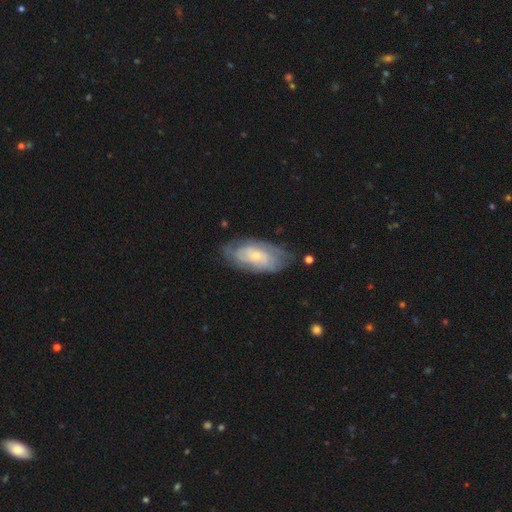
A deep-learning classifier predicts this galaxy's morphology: Smooth or featured? Predicted: featured or disk (p=0.65). Edge-on disk? Predicted: no (p=0.92). Bar? Predicted: no (p=0.69). Spiral arms? Predicted: yes (p=0.79). Bulge size? Predicted: small (p=0.67). Merging? Predicted: none (p=0.72).